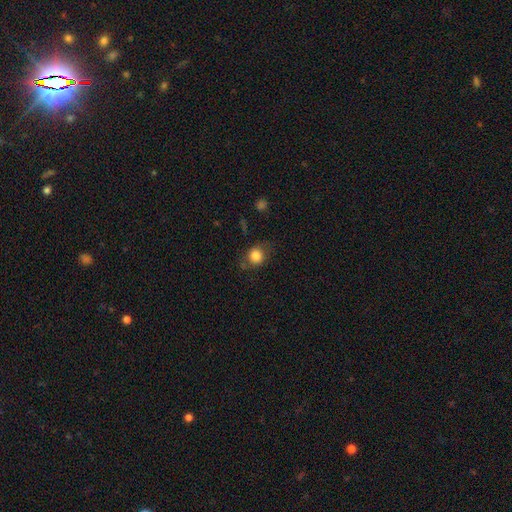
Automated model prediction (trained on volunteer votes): Smooth or featured: smooth — 80% (featured or disk — 10%)
How rounded: round — 74% (in between — 25%)
Merging: none — 68% (minor disturbance — 21%)